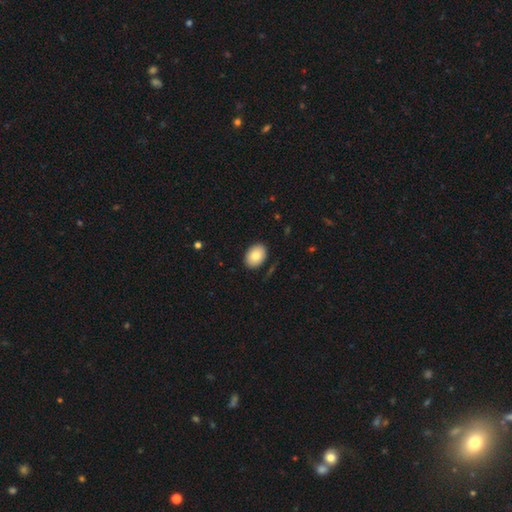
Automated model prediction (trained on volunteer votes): Overall: smooth (84%). How rounded: in between (80%). Merging: none (88%).